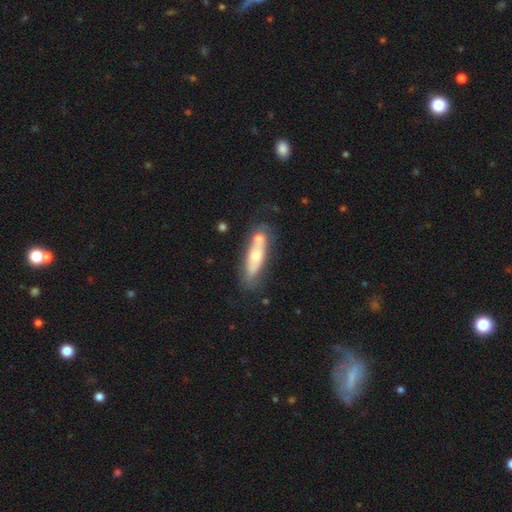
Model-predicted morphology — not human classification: A smooth galaxy with no disk features (51%) that is cigar-shaped (55%).

Vote fractions:
- Smooth or featured? smooth: 51% / featured or disk: 42% / star or artifact: 7%
- How rounded? cigar-shaped: 55% / in between: 42% / round: 3%
- Merging? none: 46% / merger: 33% / minor disturbance: 16% / major disturbance: 6%